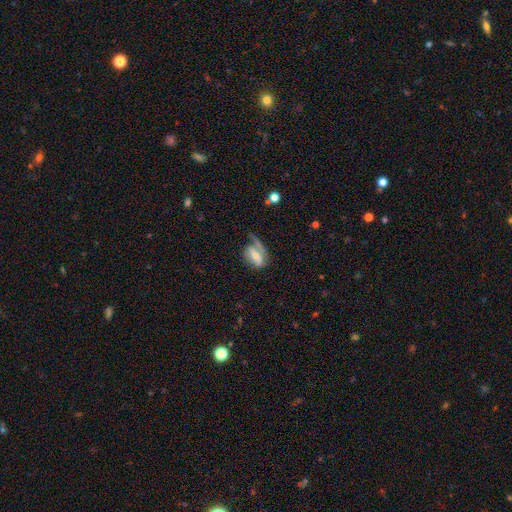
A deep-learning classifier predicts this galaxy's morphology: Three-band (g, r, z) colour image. It shows a featured or disk galaxy (49%). Merging: none (35%).